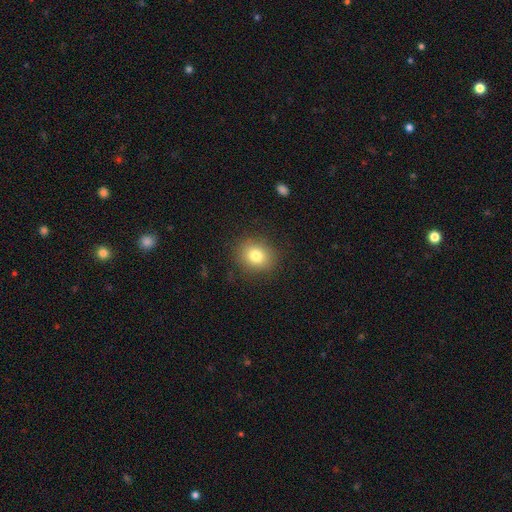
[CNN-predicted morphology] A smooth galaxy with no disk features (79%) that is round (69%). Merging: none (87%).